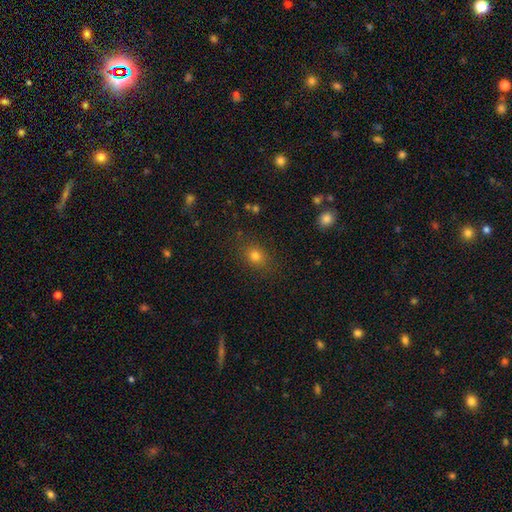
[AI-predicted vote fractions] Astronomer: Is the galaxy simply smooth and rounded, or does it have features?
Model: smooth — 77%.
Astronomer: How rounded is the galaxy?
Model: round — 51% (runner-up: in between, 47%).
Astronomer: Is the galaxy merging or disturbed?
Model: none — 84%.